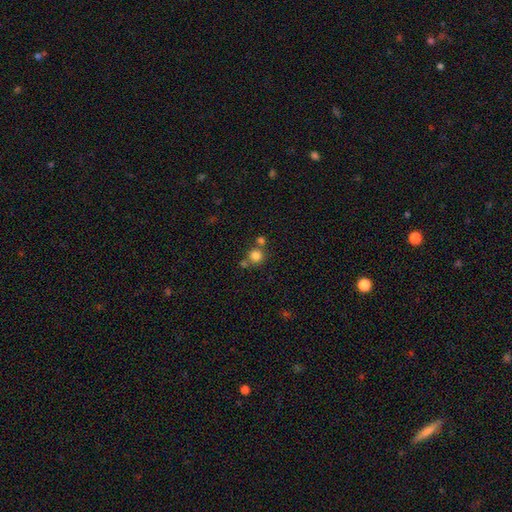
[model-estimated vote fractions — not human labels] This is clearly a smooth galaxy (80%). How rounded: clearly round (92%). Merging: likely none (63%).